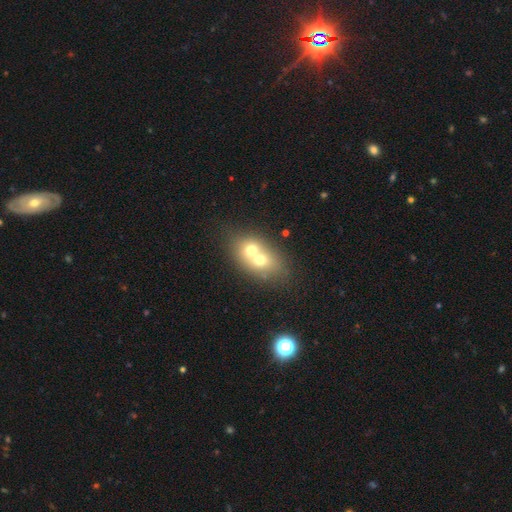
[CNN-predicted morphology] smooth-or-featured: smooth: 59% | featured or disk: 29% | star or artifact: 12%
  how-rounded: in between: 57% | round: 41% | cigar-shaped: 2%
  merging: merger: 69% | none: 22% | minor disturbance: 6% | major disturbance: 3%